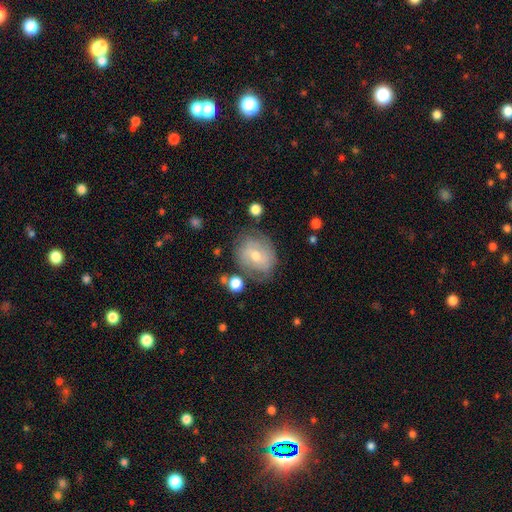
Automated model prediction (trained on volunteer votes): smooth-or-featured: featured or disk: 50% | smooth: 41% | star or artifact: 9%
  merging: none: 66% | minor disturbance: 21% | major disturbance: 9% | merger: 4%